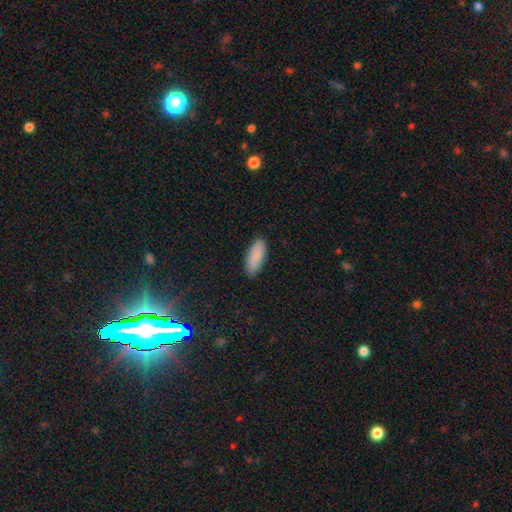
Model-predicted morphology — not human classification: Q: Smooth or featured?
A: smooth (87%); runner-up: featured or disk (6%)
Q: How rounded?
A: in between (81%); runner-up: cigar-shaped (17%)
Q: Merging?
A: none (88%); runner-up: minor disturbance (9%)